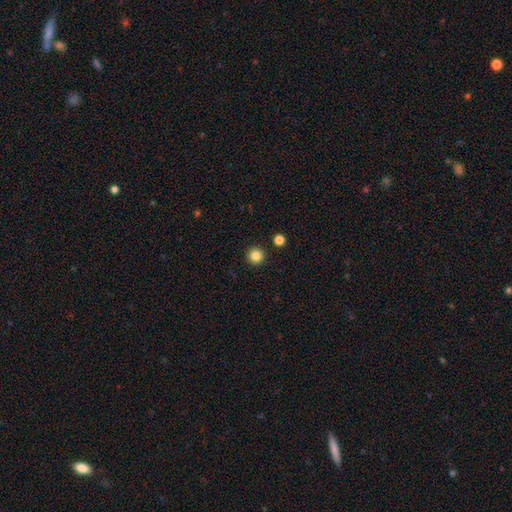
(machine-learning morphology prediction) Smooth or featured? Predicted: smooth (p=0.85). How rounded? Predicted: round (p=0.96). Merging? Predicted: none (p=0.93).